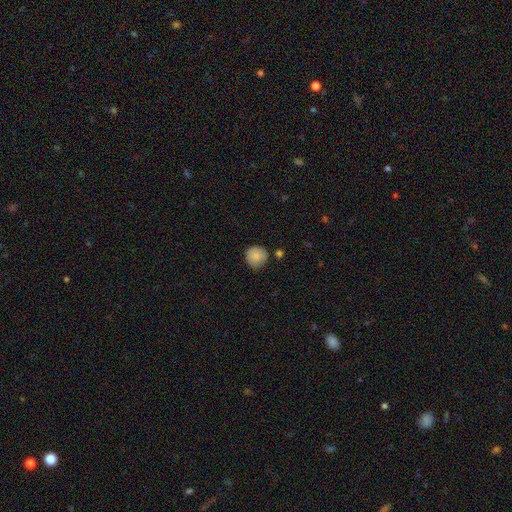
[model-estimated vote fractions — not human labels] Smooth or featured? smooth (86%)
How rounded? round (92%)
Merging? none (75%)